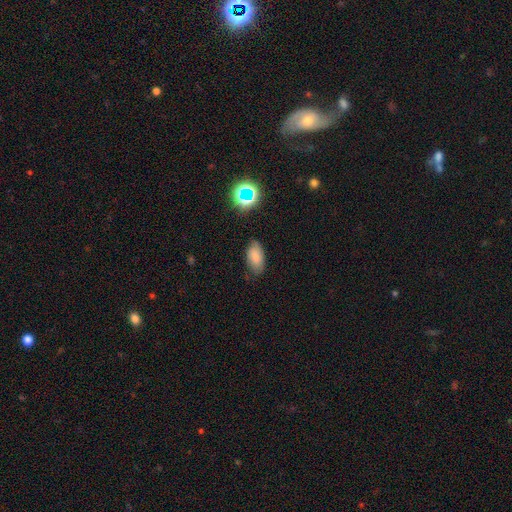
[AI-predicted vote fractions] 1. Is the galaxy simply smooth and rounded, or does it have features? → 77% smooth, 12% featured or disk, 11% star or artifact.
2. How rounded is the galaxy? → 92% in between, 5% round, 3% cigar-shaped.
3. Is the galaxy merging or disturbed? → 69% none, 24% minor disturbance, 5% major disturbance, 2% merger.